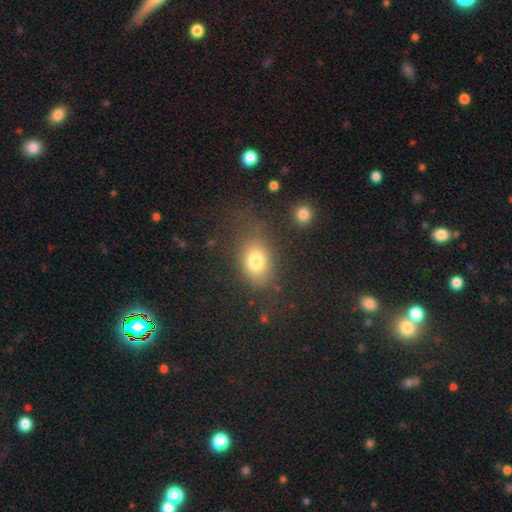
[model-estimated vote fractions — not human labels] Smooth or featured? smooth (77%)
How rounded? in between (74%)
Merging? none (65%)